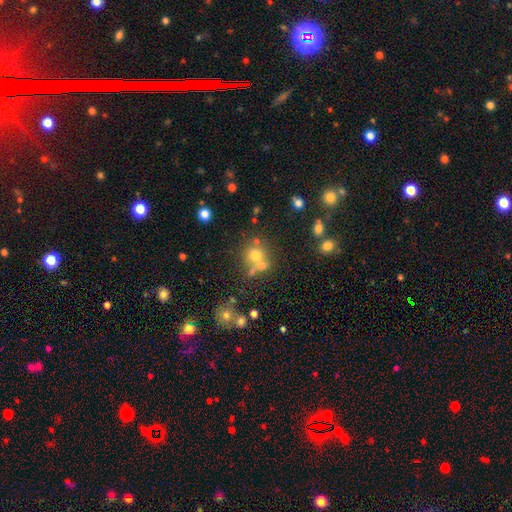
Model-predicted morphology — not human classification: smooth_or_featured: smooth (p=0.67) [alt: star or artifact p=0.18]
how_rounded: round (p=0.87) [alt: in between p=0.12]
merging: none (p=0.54) [alt: merger p=0.30]